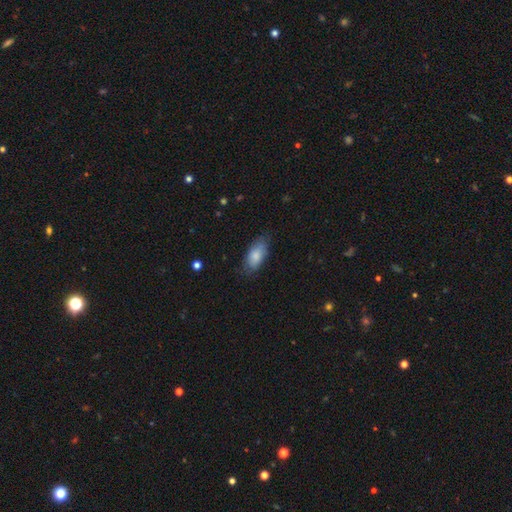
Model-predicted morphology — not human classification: Overall: smooth (83%). How rounded: in between (88%). Merging: none (72%).